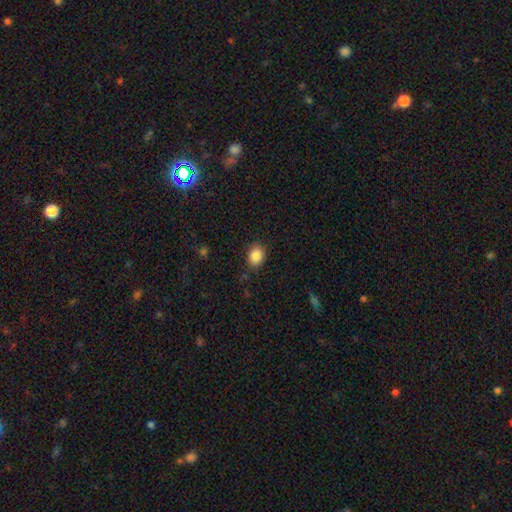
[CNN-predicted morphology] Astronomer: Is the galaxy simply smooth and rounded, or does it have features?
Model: smooth — 87%.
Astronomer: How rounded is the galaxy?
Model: in between — 57% (runner-up: round, 42%).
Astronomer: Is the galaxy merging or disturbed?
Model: none — 83%.